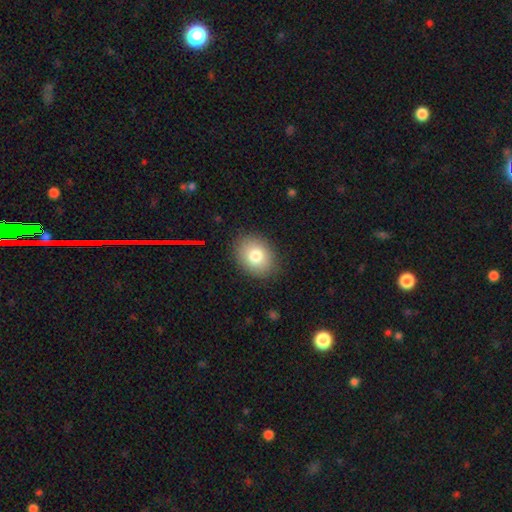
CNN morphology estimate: This appears to be a smooth galaxy with no disk features (79%) that is in between round and cigar-shaped (53%). Merging: none (86%).